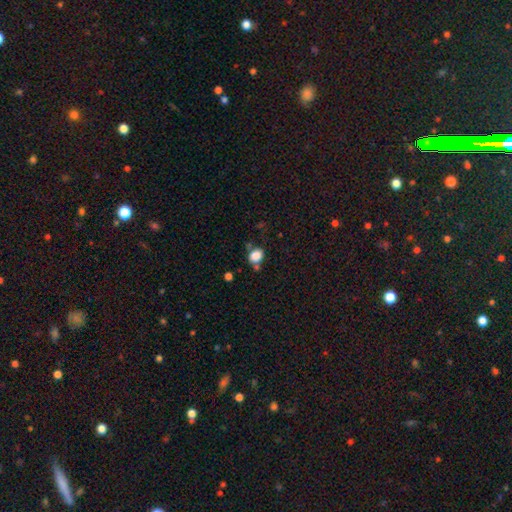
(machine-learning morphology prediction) Smooth or featured: smooth — 84% (star or artifact — 10%)
How rounded: in between — 52% (round — 47%)
Merging: none — 59% (minor disturbance — 19%)